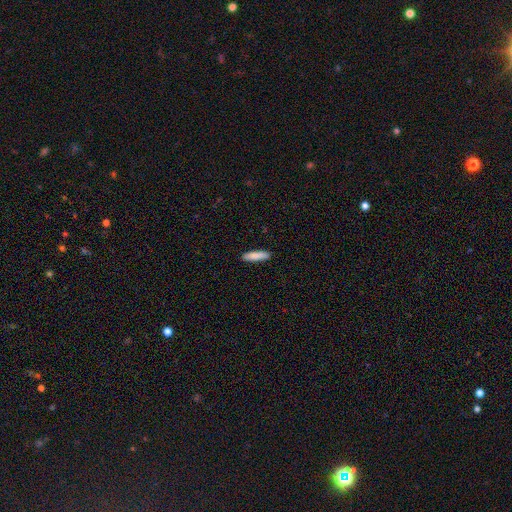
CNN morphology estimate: Smooth or featured? smooth (87%)
How rounded? cigar-shaped (75%)
Merging? none (90%)